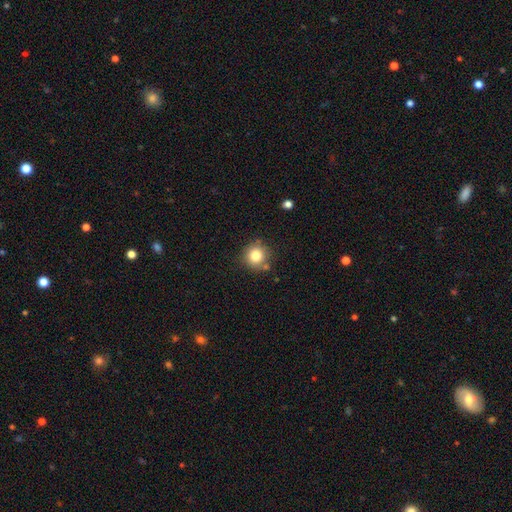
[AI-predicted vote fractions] This is likely a smooth galaxy (80%). How rounded: clearly round (92%). Merging: likely none (79%).